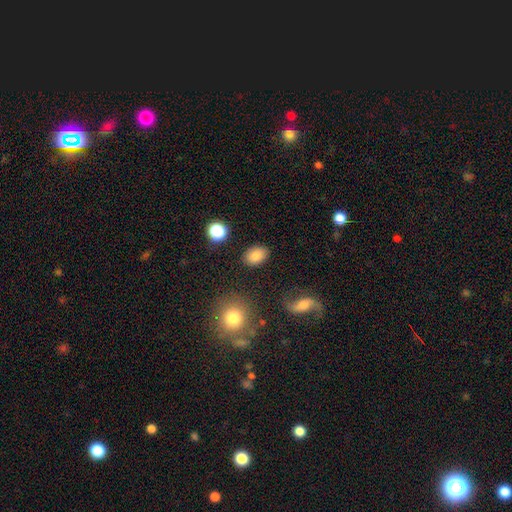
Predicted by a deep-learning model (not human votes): Overall: smooth (84%). How rounded: in between (77%). Merging: none (85%).